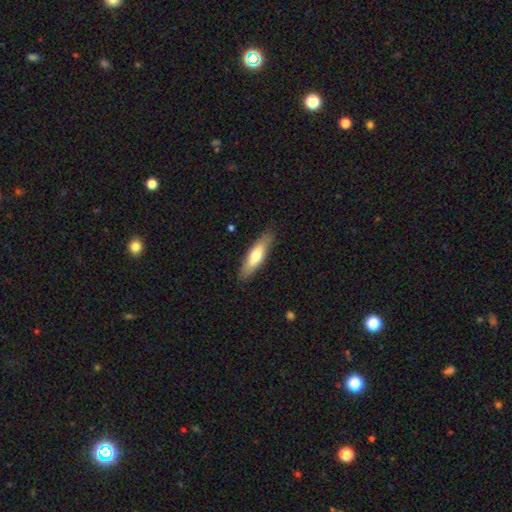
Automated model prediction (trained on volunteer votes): Morphology: type=smooth (63%); roundness=cigar-shaped (59%); merging=none (86%).